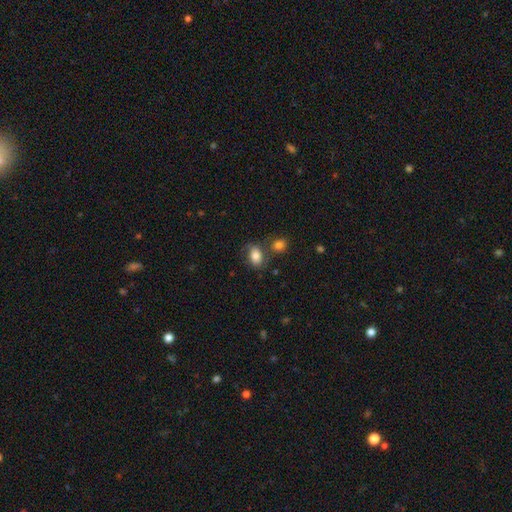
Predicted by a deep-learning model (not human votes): Smooth or featured? Predicted: smooth (p=0.78). How rounded? Predicted: in between (p=0.77). Merging? Predicted: none (p=0.56).